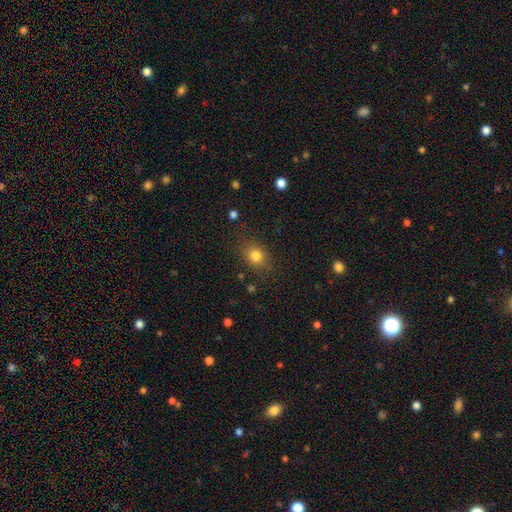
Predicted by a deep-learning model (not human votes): smooth-or-featured: smooth: 80% | star or artifact: 12% | featured or disk: 8%
  how-rounded: in between: 50% | round: 48% | cigar-shaped: 1%
  merging: none: 81% | minor disturbance: 13% | major disturbance: 4% | merger: 2%